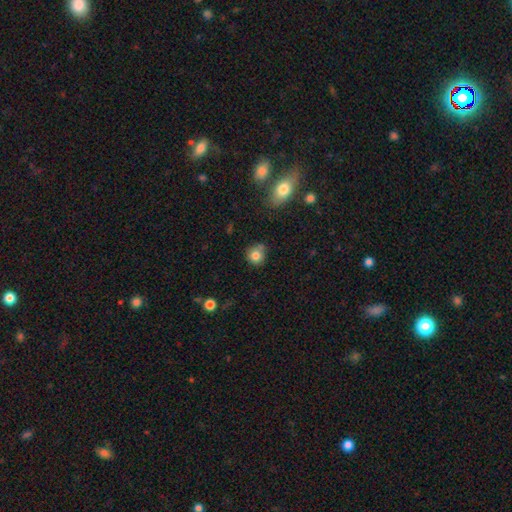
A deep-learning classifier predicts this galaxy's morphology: A smooth galaxy with no disk features (81%) that is round (85%).

Vote fractions:
- Smooth or featured? smooth: 81% / star or artifact: 11% / featured or disk: 8%
- How rounded? round: 85% / in between: 14% / cigar-shaped: 1%
- Merging? none: 64% / minor disturbance: 23% / merger: 7% / major disturbance: 5%